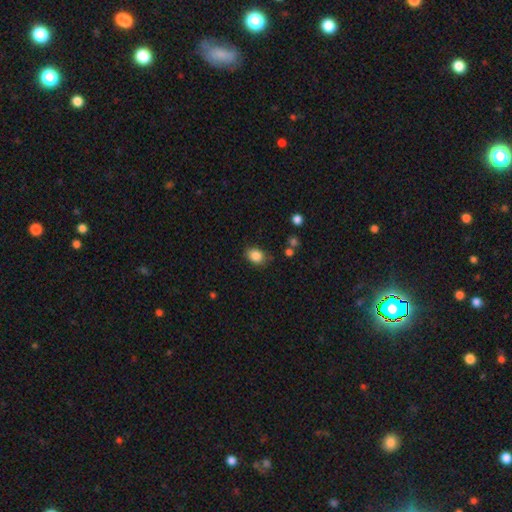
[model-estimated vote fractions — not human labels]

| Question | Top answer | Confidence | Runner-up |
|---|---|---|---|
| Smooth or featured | smooth | 87% | star or artifact (9%) |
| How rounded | in between | 65% | round (34%) |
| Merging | none | 78% | minor disturbance (15%) |